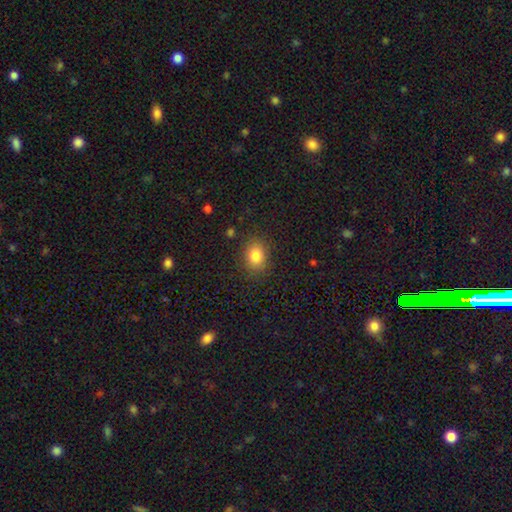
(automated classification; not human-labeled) Q: Smooth or featured?
A: smooth (83%); runner-up: star or artifact (11%)
Q: How rounded?
A: in between (51%); runner-up: round (48%)
Q: Merging?
A: none (86%); runner-up: minor disturbance (10%)